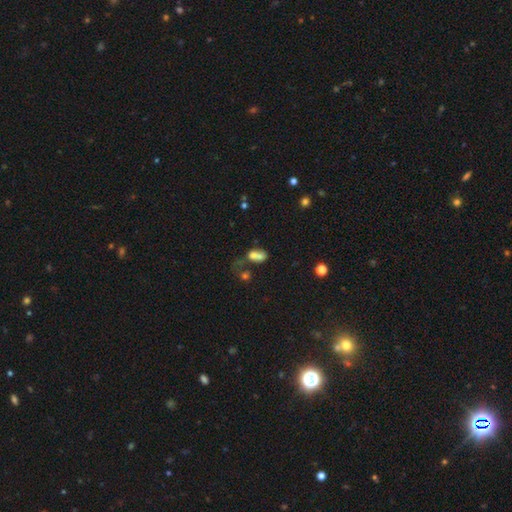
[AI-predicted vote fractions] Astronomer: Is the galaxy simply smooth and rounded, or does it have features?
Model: smooth — 64%.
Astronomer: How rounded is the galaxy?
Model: in between — 68%.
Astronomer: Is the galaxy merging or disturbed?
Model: merger — 60%.